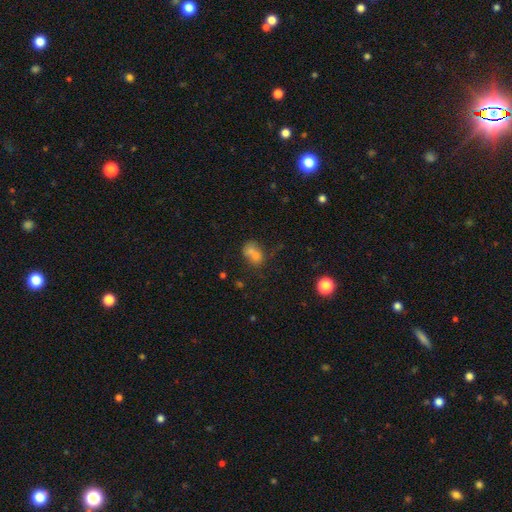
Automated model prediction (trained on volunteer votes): This appears to be a smooth galaxy with no disk features (67%) that is in between round and cigar-shaped (66%). Merging: merger (43%).